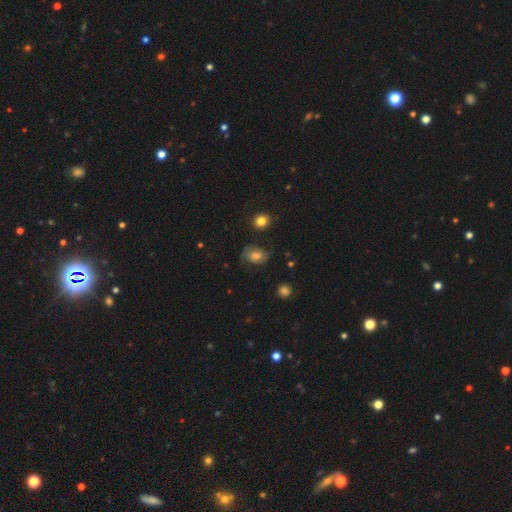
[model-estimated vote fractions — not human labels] A smooth galaxy with no disk features (44%). Merging: none (65%).